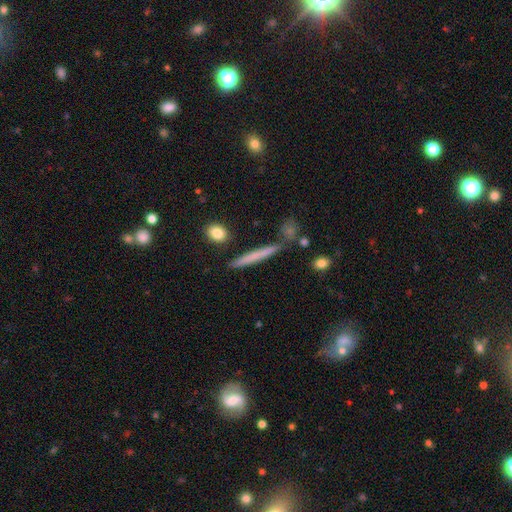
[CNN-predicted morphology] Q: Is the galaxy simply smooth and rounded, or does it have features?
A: smooth — 59%.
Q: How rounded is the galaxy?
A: cigar-shaped — 95%.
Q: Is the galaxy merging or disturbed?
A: none — 85%.